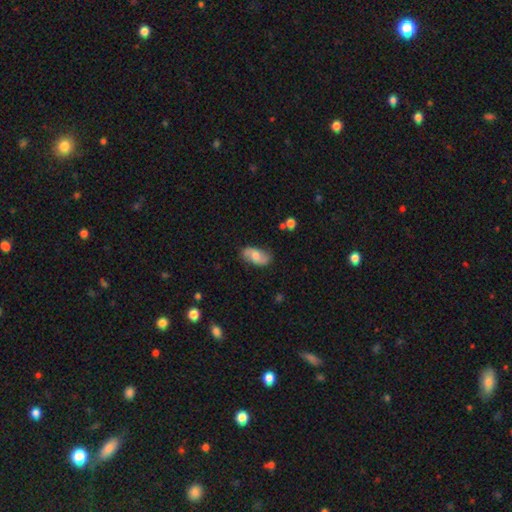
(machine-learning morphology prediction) Smooth or featured?
  - featured or disk: 52% *
  - smooth: 41%
  - star or artifact: 7%
Edge-on disk?
  - no: 94% *
  - yes: 6%
Merging?
  - none: 79% *
  - minor disturbance: 16%
  - major disturbance: 4%
  - merger: 2%